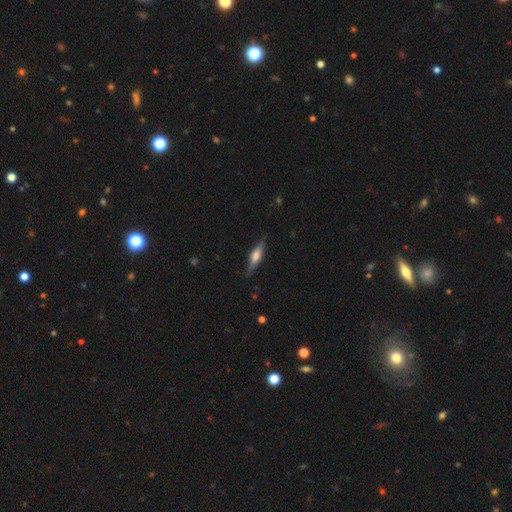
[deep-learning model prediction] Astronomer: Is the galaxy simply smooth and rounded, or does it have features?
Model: featured or disk — 57% (runner-up: smooth, 37%).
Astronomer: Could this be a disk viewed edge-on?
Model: yes — 94%.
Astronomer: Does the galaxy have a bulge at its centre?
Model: rounded — 85%.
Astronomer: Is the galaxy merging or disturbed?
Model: none — 84%.